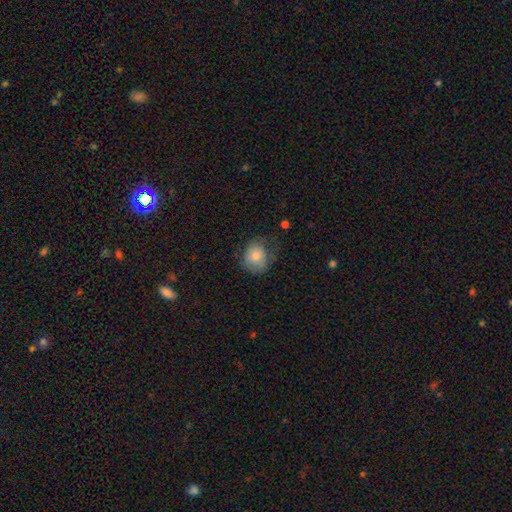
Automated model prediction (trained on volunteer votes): Smooth or featured?
  - smooth: 76% *
  - featured or disk: 16%
  - star or artifact: 8%
How rounded?
  - round: 69% *
  - in between: 30%
  - cigar-shaped: 1%
Merging?
  - none: 53% *
  - minor disturbance: 30%
  - major disturbance: 15%
  - merger: 2%